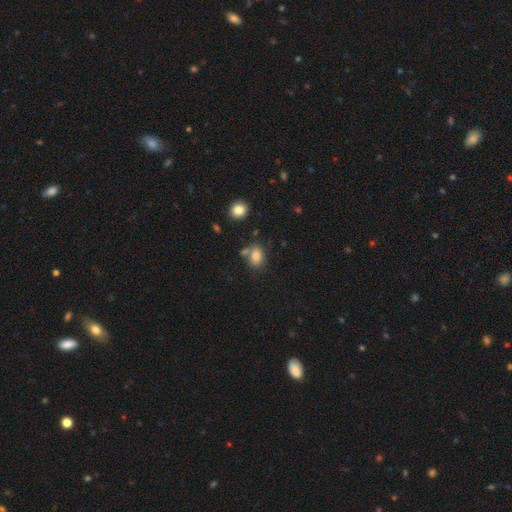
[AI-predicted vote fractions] A smooth galaxy with no disk features (81%) that is in between round and cigar-shaped (68%). Merging: none (60%).